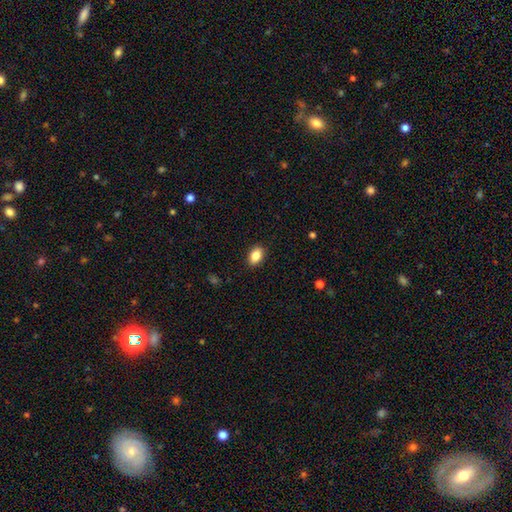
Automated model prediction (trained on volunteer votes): Smooth or featured: smooth — 86% (star or artifact — 8%)
How rounded: in between — 87% (round — 11%)
Merging: none — 89% (minor disturbance — 8%)